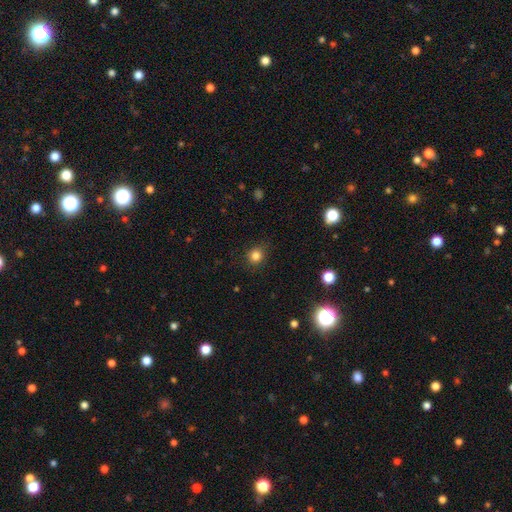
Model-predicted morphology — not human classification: A smooth galaxy with no disk features (83%) that is round (86%).

Vote fractions:
- Smooth or featured? smooth: 83% / star or artifact: 13% / featured or disk: 4%
- How rounded? round: 86% / in between: 13% / cigar-shaped: 1%
- Merging? none: 86% / minor disturbance: 9% / major disturbance: 3% / merger: 1%